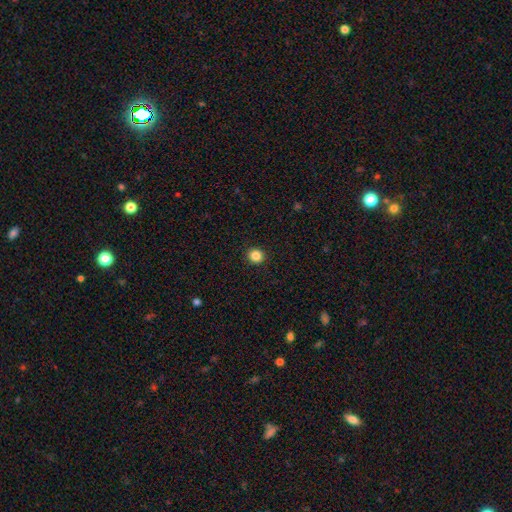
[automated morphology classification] Overall: smooth (85%). How rounded: round (91%). Merging: none (93%).